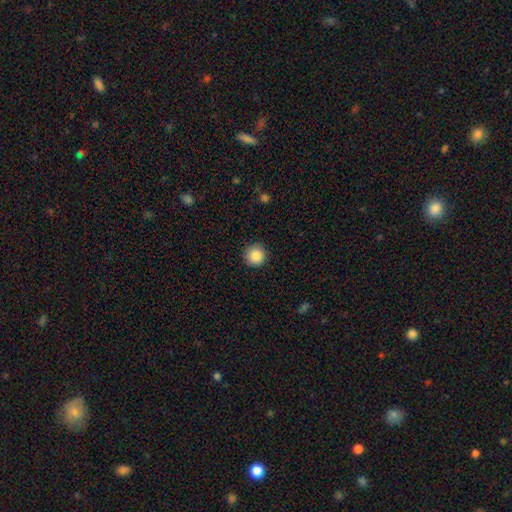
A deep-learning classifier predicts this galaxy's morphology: Smooth or featured? Predicted: smooth (p=0.87). How rounded? Predicted: round (p=0.96). Merging? Predicted: none (p=0.91).